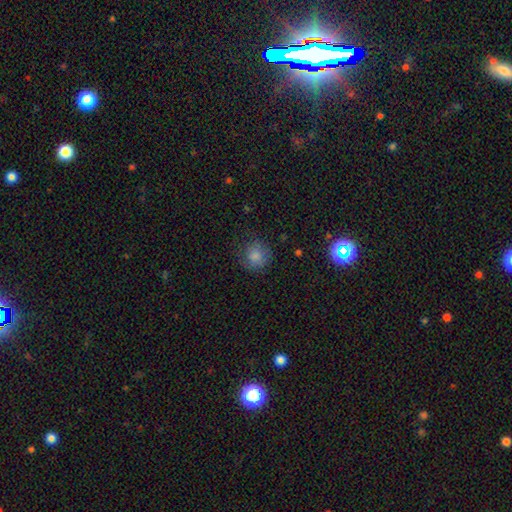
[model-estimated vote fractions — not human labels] smooth 81%, star or artifact 11%, featured or disk 9%. Down the decision tree: how rounded — round (90%); merging — none (73%).